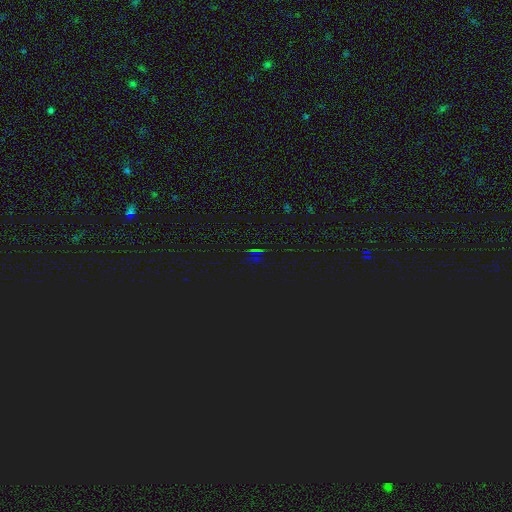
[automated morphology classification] smooth-or-featured: star or artifact: 76% | smooth: 16% | featured or disk: 8%